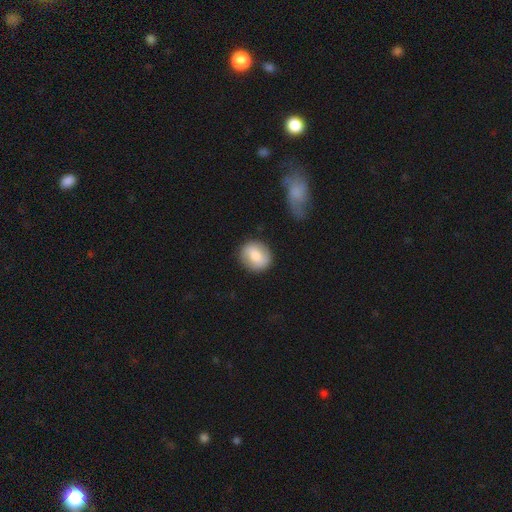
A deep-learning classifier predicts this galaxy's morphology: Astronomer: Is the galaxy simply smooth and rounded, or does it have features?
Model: smooth — 73%.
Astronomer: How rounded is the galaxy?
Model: round — 76%.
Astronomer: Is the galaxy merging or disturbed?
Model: none — 86%.